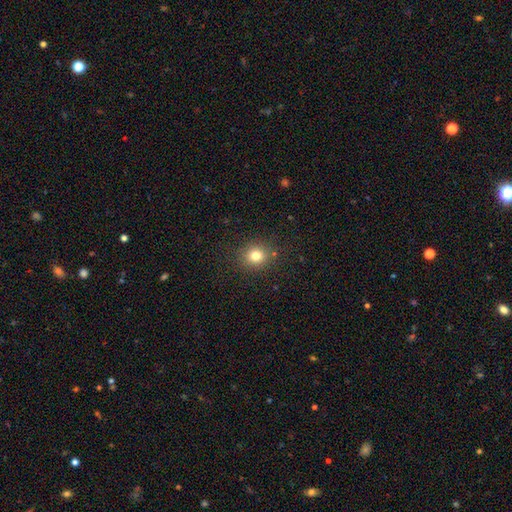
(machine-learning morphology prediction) Smooth or featured?
  - smooth: 79% *
  - star or artifact: 14%
  - featured or disk: 7%
How rounded?
  - round: 81% *
  - in between: 19%
  - cigar-shaped: 1%
Merging?
  - none: 86% *
  - minor disturbance: 9%
  - major disturbance: 3%
  - merger: 2%